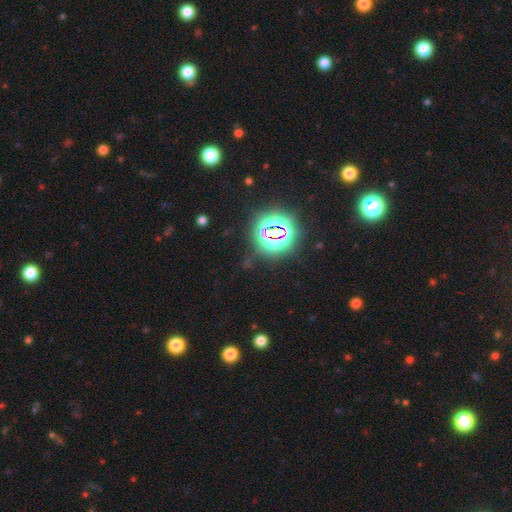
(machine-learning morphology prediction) A star or artifact, not a galaxy (77%).